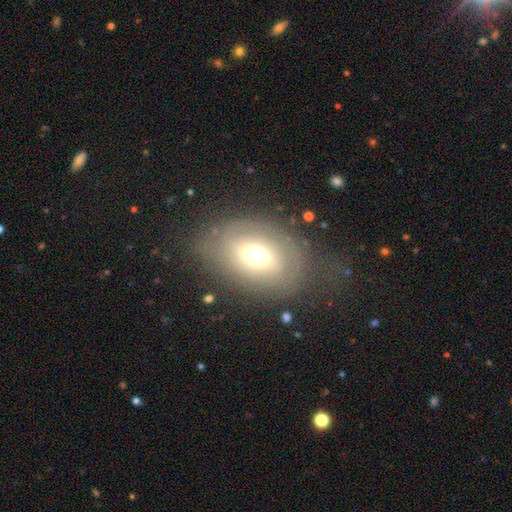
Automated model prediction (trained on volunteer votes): Smooth or featured? Predicted: smooth (p=0.49). Merging? Predicted: none (p=0.60).